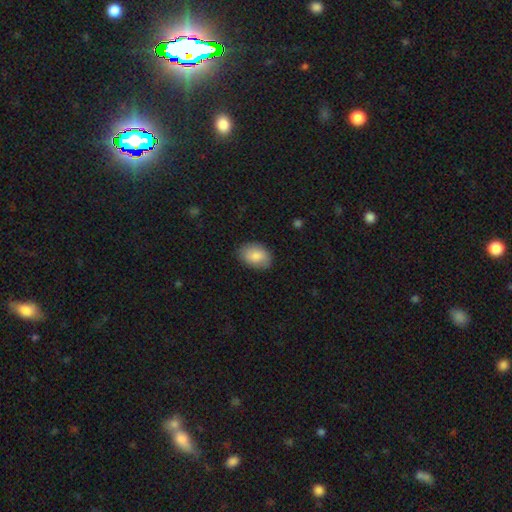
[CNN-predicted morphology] A smooth galaxy with no disk features (85%) that is in between round and cigar-shaped (82%). Merging: none (84%).